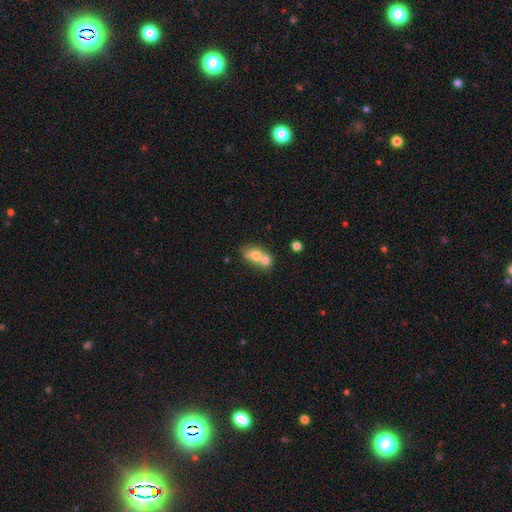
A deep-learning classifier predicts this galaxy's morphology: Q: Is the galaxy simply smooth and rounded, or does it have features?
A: smooth — 69%.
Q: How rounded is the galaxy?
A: in between — 56%.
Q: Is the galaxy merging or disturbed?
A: merger — 68%.